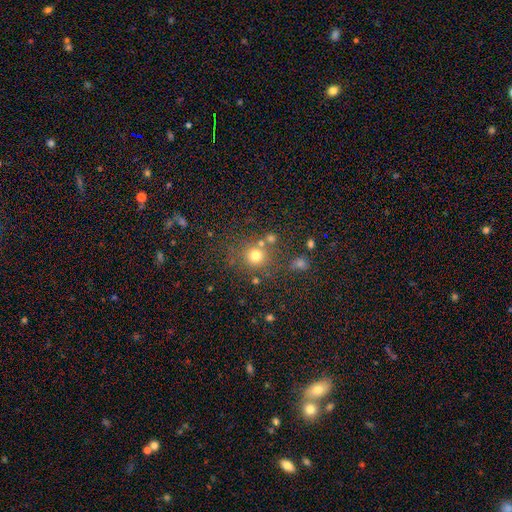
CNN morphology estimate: Smooth or featured? smooth (73%)
How rounded? round (91%)
Merging? none (73%)